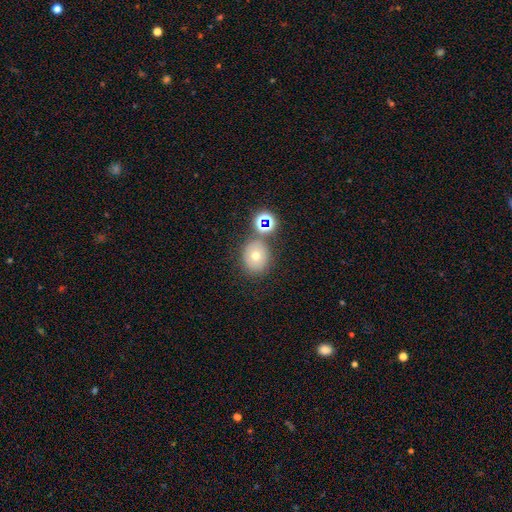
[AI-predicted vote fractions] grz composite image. It shows a smooth galaxy with no disk features (61%) that is round (77%). Merging: none (73%).